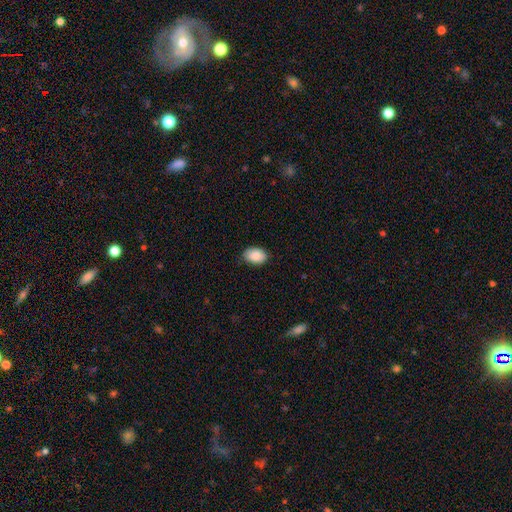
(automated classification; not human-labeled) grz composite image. It shows a smooth galaxy with no disk features (87%) that is in between round and cigar-shaped (85%). Merging: none (81%).